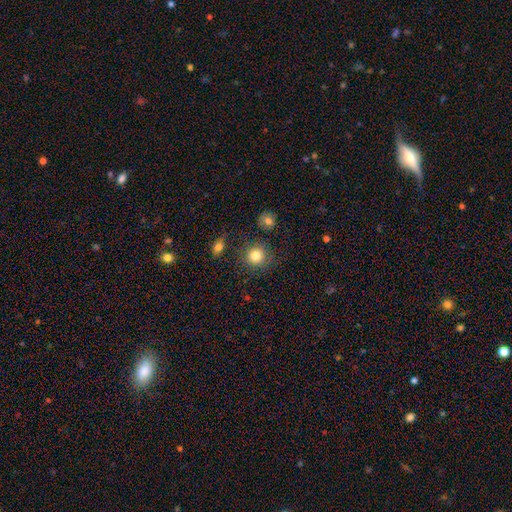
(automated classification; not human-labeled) Smooth or featured?
  - smooth: 83% *
  - star or artifact: 11%
  - featured or disk: 7%
How rounded?
  - round: 90% *
  - in between: 9%
  - cigar-shaped: 1%
Merging?
  - none: 83% *
  - minor disturbance: 10%
  - merger: 4%
  - major disturbance: 4%